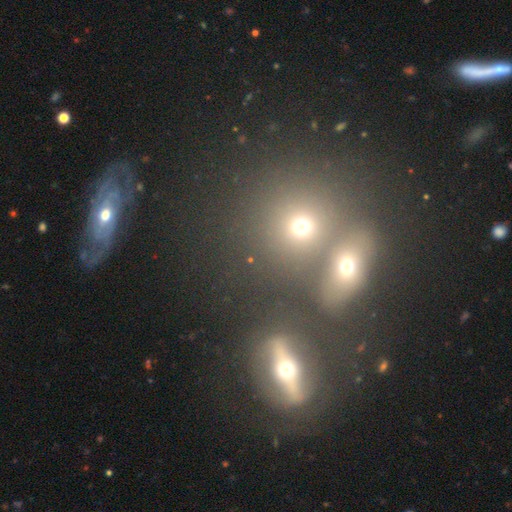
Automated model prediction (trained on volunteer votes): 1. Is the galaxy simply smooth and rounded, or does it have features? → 51% smooth, 27% star or artifact, 21% featured or disk.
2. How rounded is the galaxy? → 73% round, 23% in between, 4% cigar-shaped.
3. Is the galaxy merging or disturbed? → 58% none, 27% merger, 10% minor disturbance, 5% major disturbance.